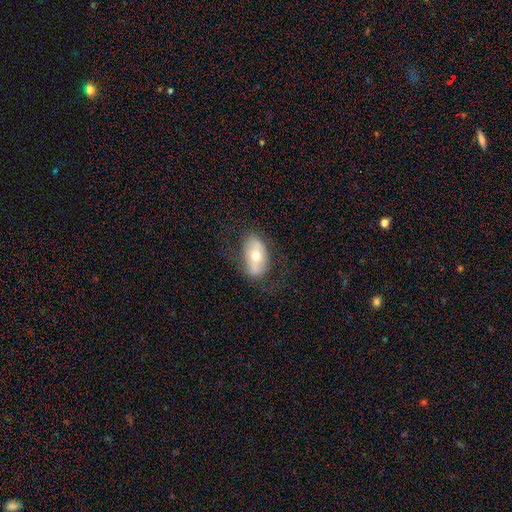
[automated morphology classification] smooth_or_featured: smooth (p=0.48) [alt: featured or disk p=0.45]
merging: none (p=0.70) [alt: minor disturbance p=0.18]